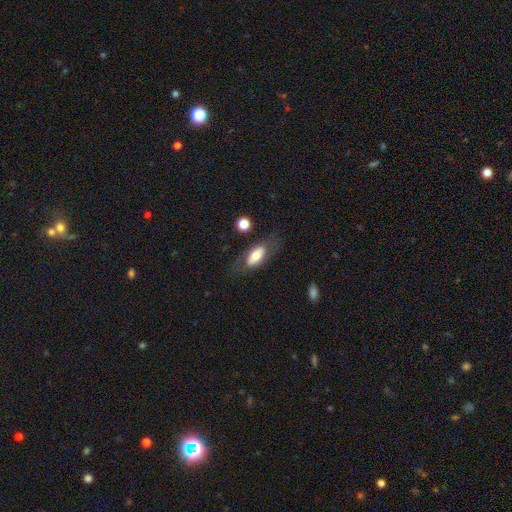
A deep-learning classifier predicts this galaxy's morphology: Smooth or featured?
  - smooth: 61% *
  - featured or disk: 32%
  - star or artifact: 7%
How rounded?
  - in between: 83% *
  - cigar-shaped: 12%
  - round: 4%
Merging?
  - none: 66% *
  - minor disturbance: 18%
  - major disturbance: 12%
  - merger: 3%